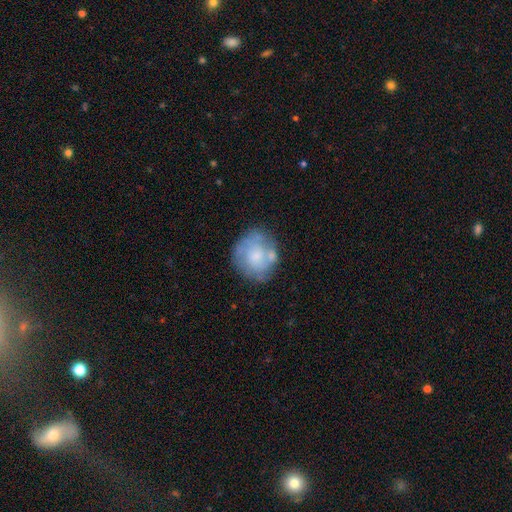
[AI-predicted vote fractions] The model was most divided on "smooth or featured": featured or disk: 48%, smooth: 44%, star or artifact: 8%. More confident: merging — none (59%).